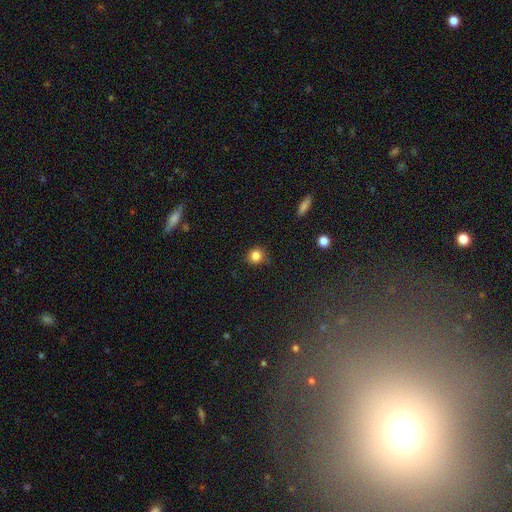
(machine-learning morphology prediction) Smooth or featured?
  - smooth: 84% *
  - star or artifact: 11%
  - featured or disk: 5%
How rounded?
  - round: 87% *
  - in between: 12%
  - cigar-shaped: 1%
Merging?
  - none: 82% *
  - minor disturbance: 13%
  - major disturbance: 3%
  - merger: 1%